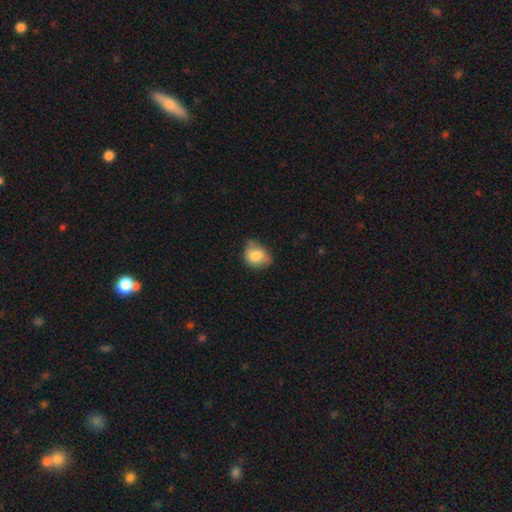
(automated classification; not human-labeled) Smooth or featured? Predicted: smooth (p=0.79). How rounded? Predicted: in between (p=0.51). Merging? Predicted: none (p=0.49).